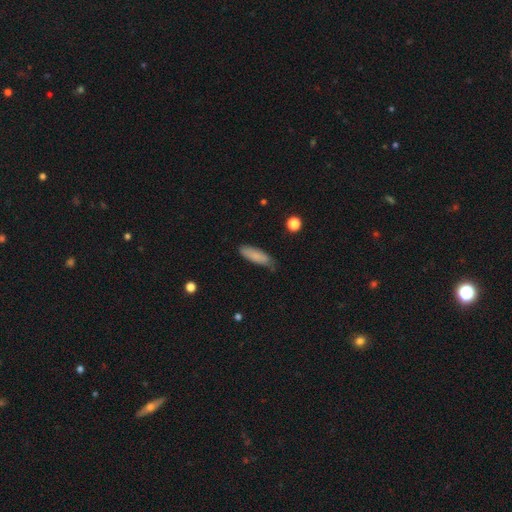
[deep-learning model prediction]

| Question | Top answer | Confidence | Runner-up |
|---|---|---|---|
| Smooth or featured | smooth | 82% | featured or disk (12%) |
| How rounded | cigar-shaped | 49% | tied: in between (49%) |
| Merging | none | 63% | minor disturbance (30%) |